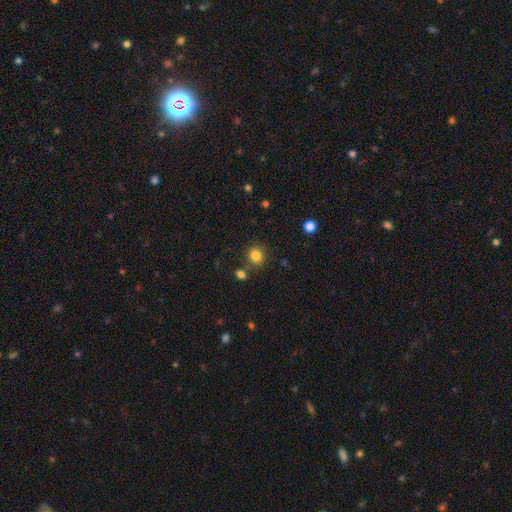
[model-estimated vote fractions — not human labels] smooth-or-featured: smooth: 83% | star or artifact: 12% | featured or disk: 5%
  how-rounded: round: 86% | in between: 13% | cigar-shaped: 1%
  merging: none: 80% | minor disturbance: 9% | merger: 8% | major disturbance: 3%